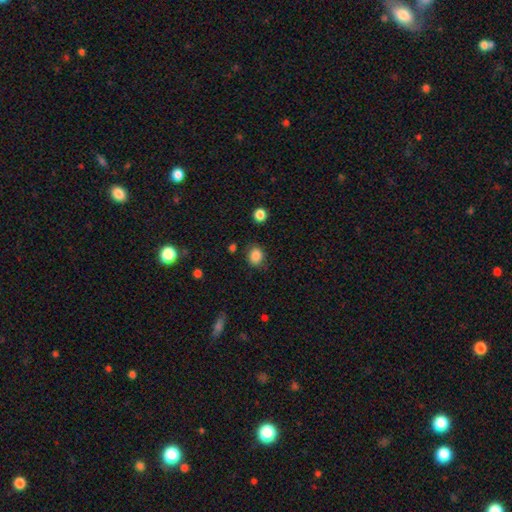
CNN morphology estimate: smooth-or-featured: smooth: 86% | star or artifact: 10% | featured or disk: 4%
  how-rounded: round: 63% | in between: 36% | cigar-shaped: 1%
  merging: none: 81% | minor disturbance: 13% | major disturbance: 3% | merger: 2%